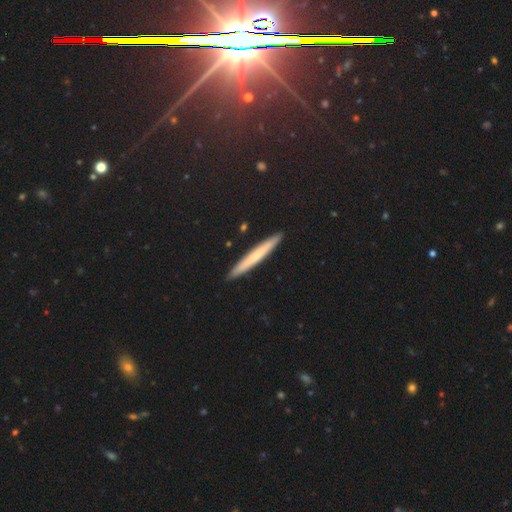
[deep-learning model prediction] This appears to be a smooth galaxy with no disk features (56%) that is cigar-shaped (97%). Merging: none (92%).